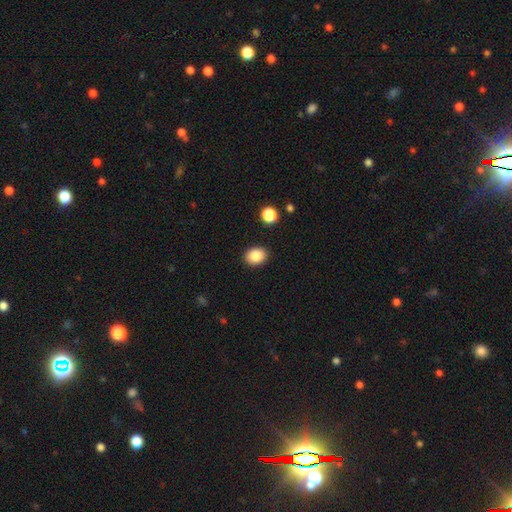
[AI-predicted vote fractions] smooth_or_featured: smooth (p=0.86) [alt: star or artifact p=0.09]
how_rounded: in between (p=0.58) [alt: round p=0.41]
merging: none (p=0.89) [alt: minor disturbance p=0.07]